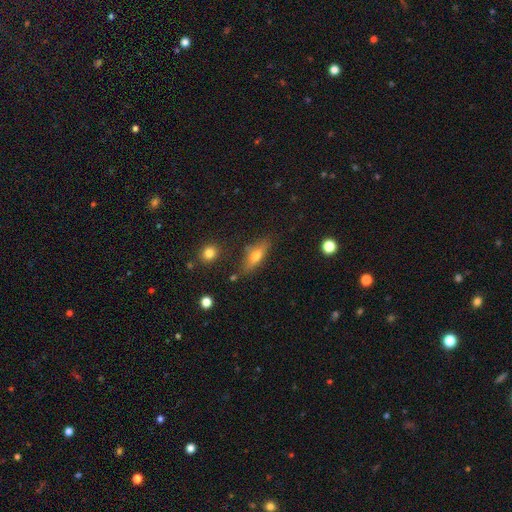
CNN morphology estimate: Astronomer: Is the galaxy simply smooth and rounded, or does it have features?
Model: smooth — 57% (runner-up: featured or disk, 34%).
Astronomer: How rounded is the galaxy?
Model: in between — 55% (runner-up: cigar-shaped, 41%).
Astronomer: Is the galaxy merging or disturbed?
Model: none — 72%.